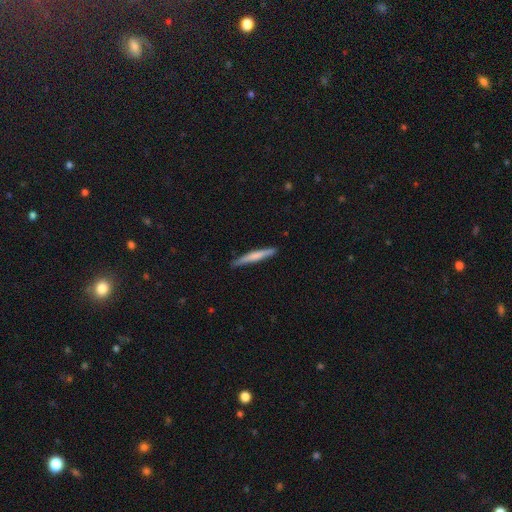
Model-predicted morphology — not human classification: Q: Smooth or featured?
A: smooth (61%); runner-up: featured or disk (34%)
Q: How rounded?
A: cigar-shaped (96%); runner-up: in between (3%)
Q: Merging?
A: none (88%); runner-up: minor disturbance (9%)